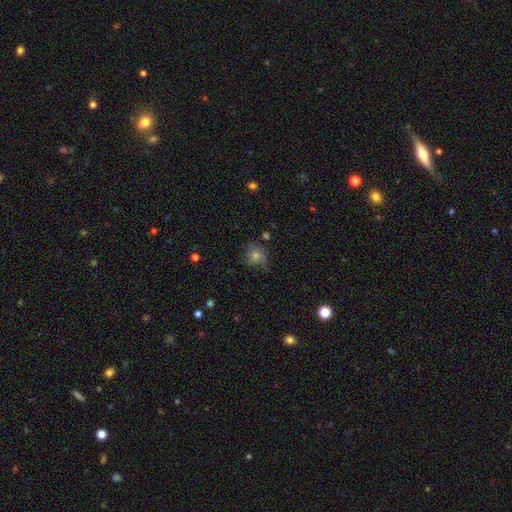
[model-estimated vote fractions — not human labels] A smooth galaxy with no disk features (63%) that is round (85%).

Vote fractions:
- Smooth or featured? smooth: 63% / star or artifact: 20% / featured or disk: 17%
- How rounded? round: 85% / in between: 14% / cigar-shaped: 1%
- Merging? none: 71% / minor disturbance: 20% / major disturbance: 7% / merger: 2%